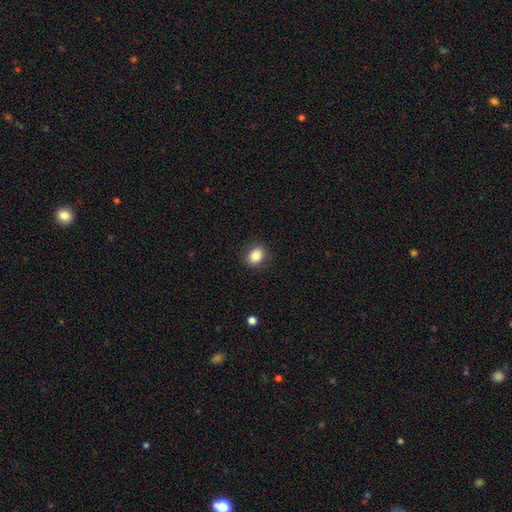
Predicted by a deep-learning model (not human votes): smooth 84%, star or artifact 9%, featured or disk 6%. Down the decision tree: how rounded — in between (51%); merging — none (88%).